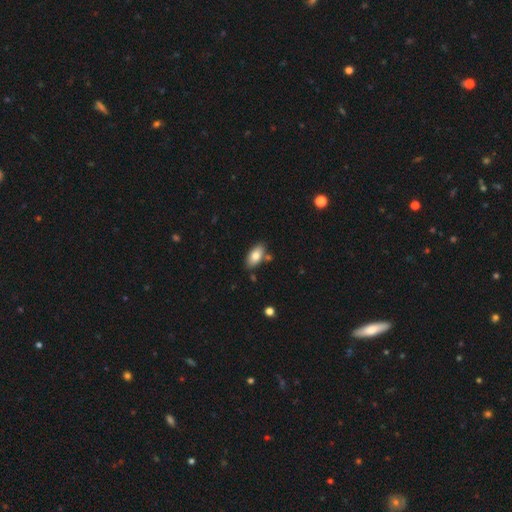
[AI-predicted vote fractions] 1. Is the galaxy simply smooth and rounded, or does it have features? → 79% smooth, 14% featured or disk, 7% star or artifact.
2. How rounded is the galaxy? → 92% in between, 5% cigar-shaped, 3% round.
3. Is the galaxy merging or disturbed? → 79% none, 12% minor disturbance, 6% merger, 2% major disturbance.